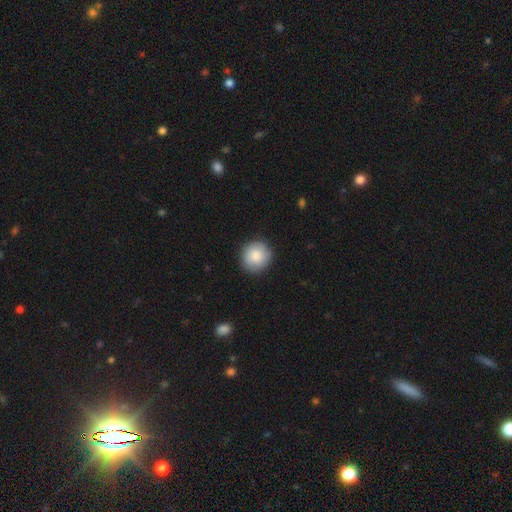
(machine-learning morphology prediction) Overall: smooth (86%). How rounded: round (91%). Merging: none (89%).